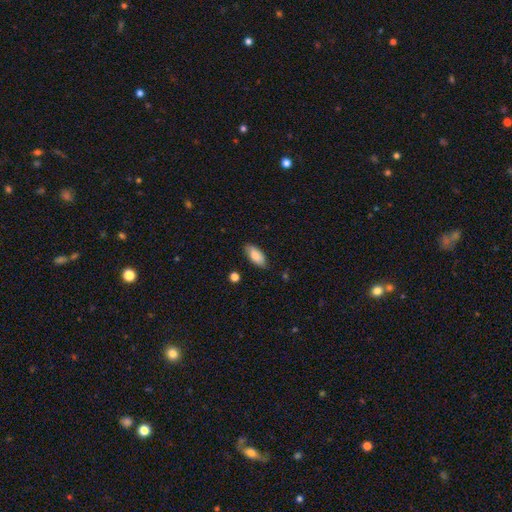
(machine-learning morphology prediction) This appears to be a smooth galaxy with no disk features (82%) that is in between round and cigar-shaped (87%). Merging: none (82%).